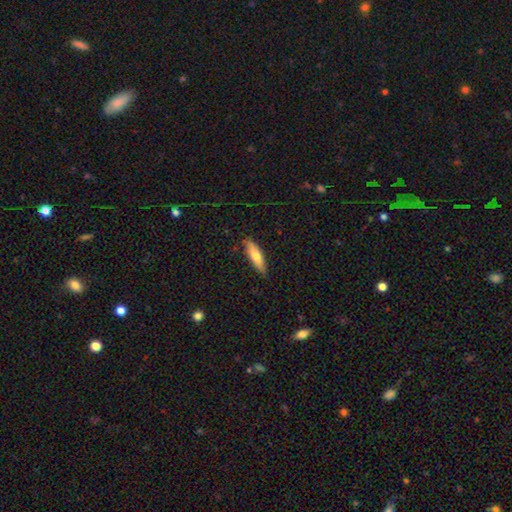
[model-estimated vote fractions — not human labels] Smooth or featured? smooth (71%)
How rounded? cigar-shaped (64%)
Merging? none (86%)